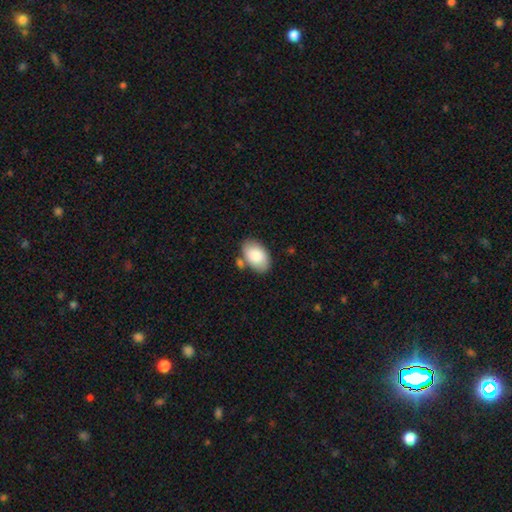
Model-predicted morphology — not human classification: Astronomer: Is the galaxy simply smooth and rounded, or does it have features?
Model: smooth — 86%.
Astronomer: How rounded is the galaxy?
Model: in between — 92%.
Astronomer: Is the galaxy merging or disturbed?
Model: none — 70%.